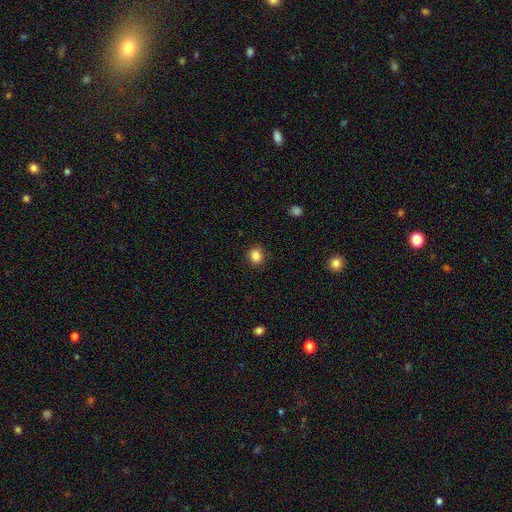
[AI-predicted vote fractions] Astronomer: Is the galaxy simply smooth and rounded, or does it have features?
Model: smooth — 86%.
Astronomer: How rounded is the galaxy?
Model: round — 68%.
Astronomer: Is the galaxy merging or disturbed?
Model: none — 86%.